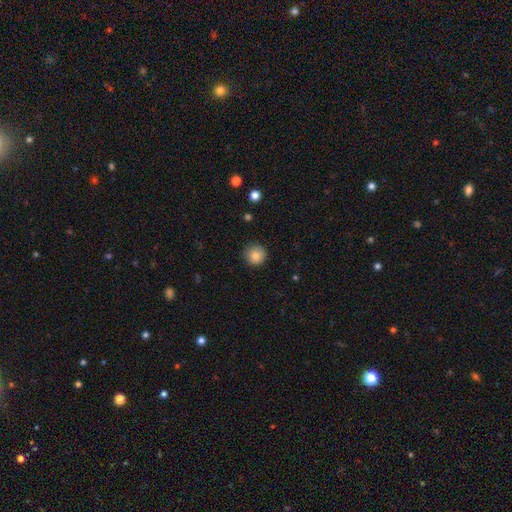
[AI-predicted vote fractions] A smooth galaxy with no disk features (85%) that is round (95%).

Vote fractions:
- Smooth or featured? smooth: 85% / star or artifact: 9% / featured or disk: 6%
- How rounded? round: 95% / in between: 4% / cigar-shaped: 1%
- Merging? none: 87% / minor disturbance: 10% / major disturbance: 2% / merger: 1%